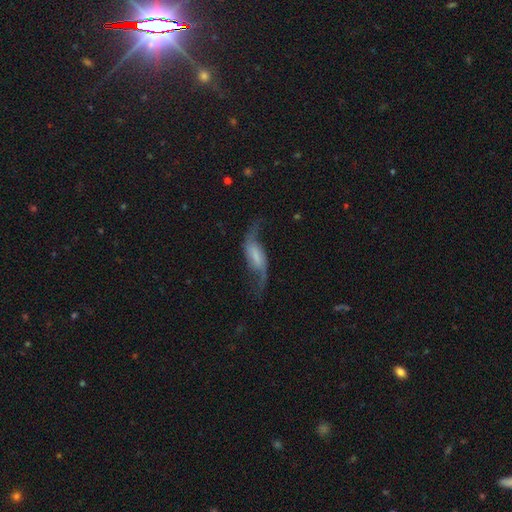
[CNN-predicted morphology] Smooth or featured: featured or disk — 81% (smooth — 12%)
Edge-on disk: no — 92% (yes — 8%)
Bar: weak — 43% (strong — 31%)
Spiral arms: yes — 95% (no — 5%)
Spiral winding: loose — 90% (medium — 8%)
Spiral arm count: 2 — 93% (1 — 3%)
Bulge size: none — 42% (small — 31%)
Merging: none — 66% (minor disturbance — 16%)